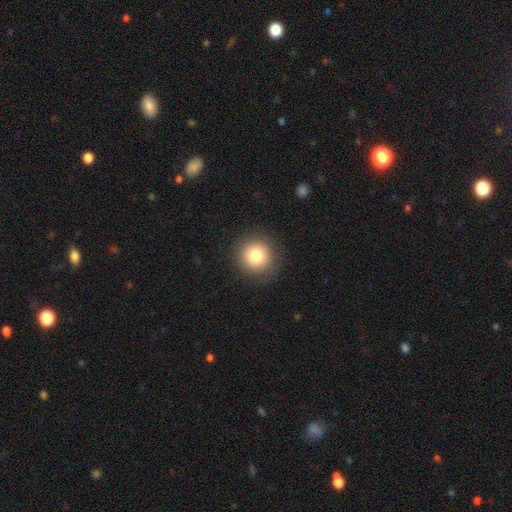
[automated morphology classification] This appears to be a smooth galaxy with no disk features (81%) that is round (94%). Merging: none (90%).